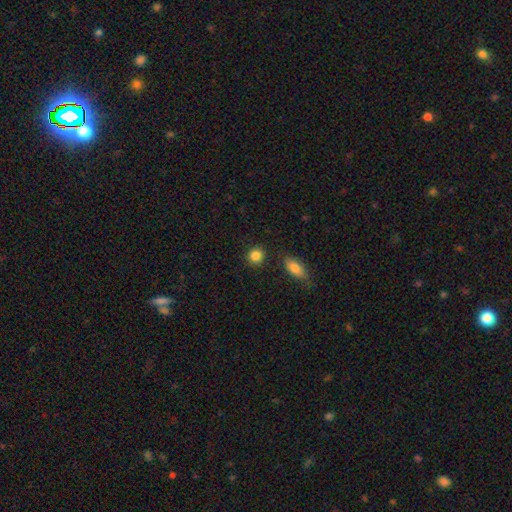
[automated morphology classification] Overall: smooth (86%). How rounded: round (87%). Merging: none (87%).